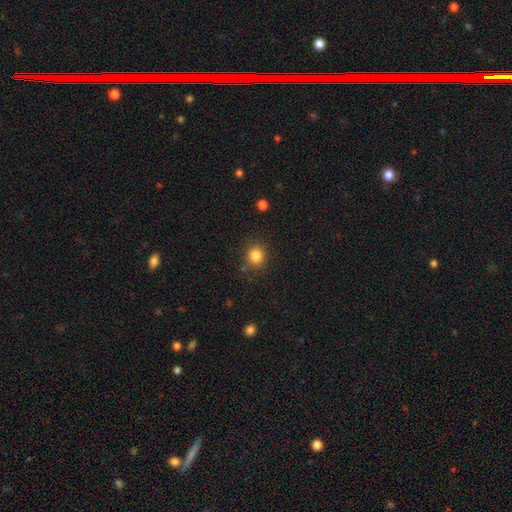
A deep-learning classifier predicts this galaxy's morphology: This is clearly a smooth galaxy (84%). How rounded: clearly round (82%). Merging: clearly none (85%).